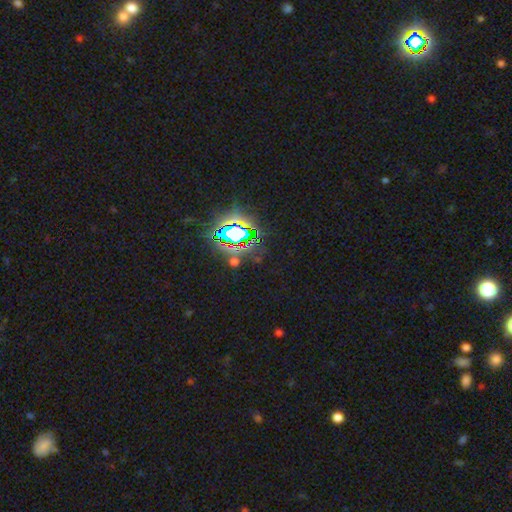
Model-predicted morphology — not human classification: Smooth or featured? star or artifact (82%)